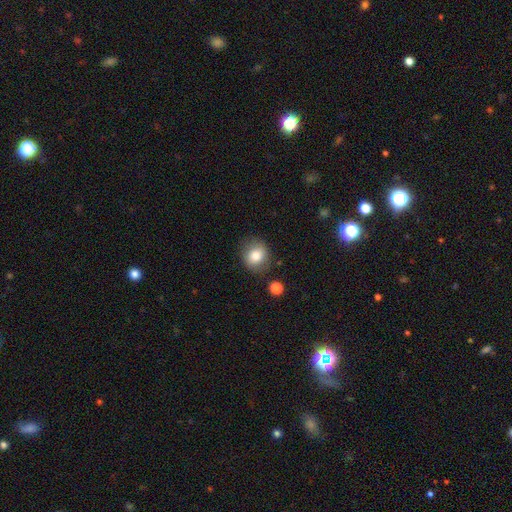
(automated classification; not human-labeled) Smooth or featured?
  - smooth: 80% *
  - featured or disk: 10%
  - star or artifact: 9%
How rounded?
  - round: 75% *
  - in between: 24%
  - cigar-shaped: 1%
Merging?
  - none: 80% *
  - minor disturbance: 13%
  - major disturbance: 4%
  - merger: 3%